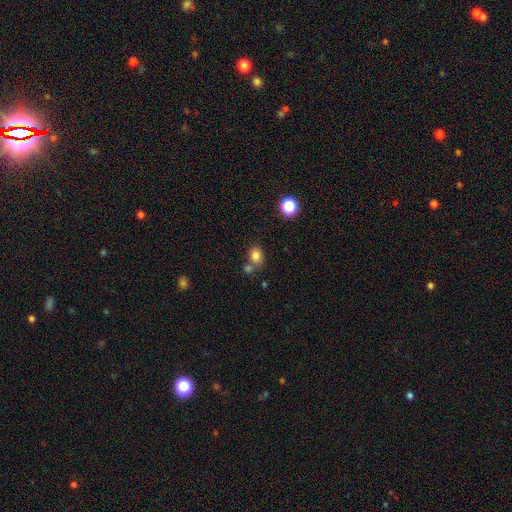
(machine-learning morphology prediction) This is clearly a smooth galaxy (81%). How rounded: possibly round (51%). Merging: possibly none (59%).